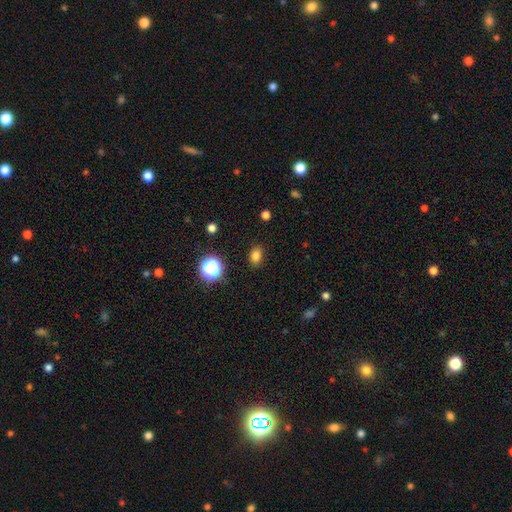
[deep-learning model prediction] smooth-or-featured: smooth: 80% | star or artifact: 15% | featured or disk: 5%
  how-rounded: in between: 65% | round: 34% | cigar-shaped: 1%
  merging: none: 87% | minor disturbance: 9% | major disturbance: 3% | merger: 1%